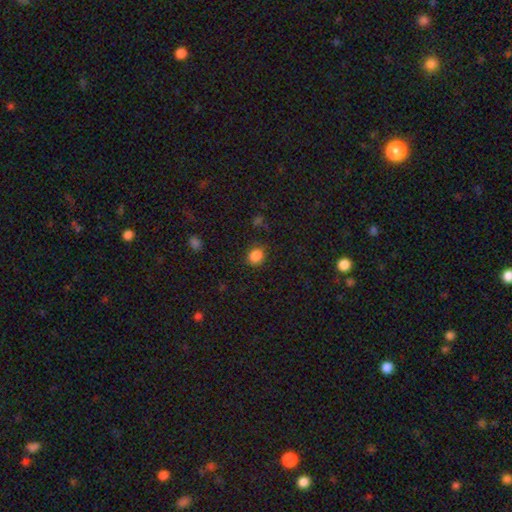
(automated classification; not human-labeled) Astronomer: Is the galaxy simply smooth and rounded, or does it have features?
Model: smooth — 85%.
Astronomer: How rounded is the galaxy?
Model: round — 70%.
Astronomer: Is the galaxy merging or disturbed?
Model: none — 82%.